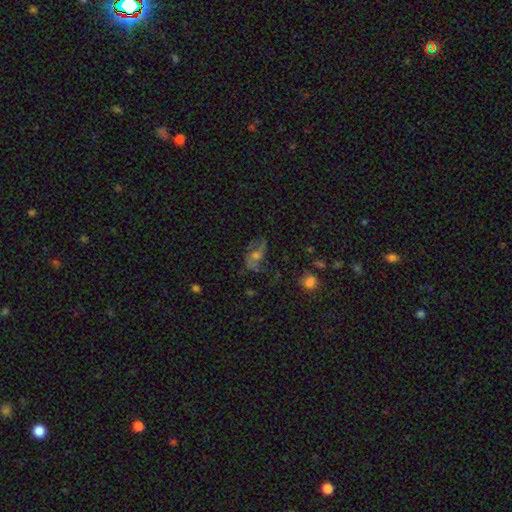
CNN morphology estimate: Smooth or featured? Predicted: featured or disk (p=0.52). Edge-on disk? Predicted: no (p=0.93). Merging? Predicted: none (p=0.51).